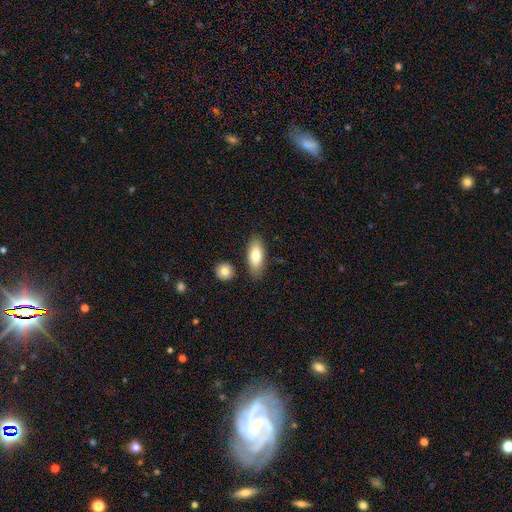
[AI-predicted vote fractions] Smooth or featured: smooth — 80% (featured or disk — 14%)
How rounded: in between — 81% (cigar-shaped — 17%)
Merging: none — 79% (minor disturbance — 13%)